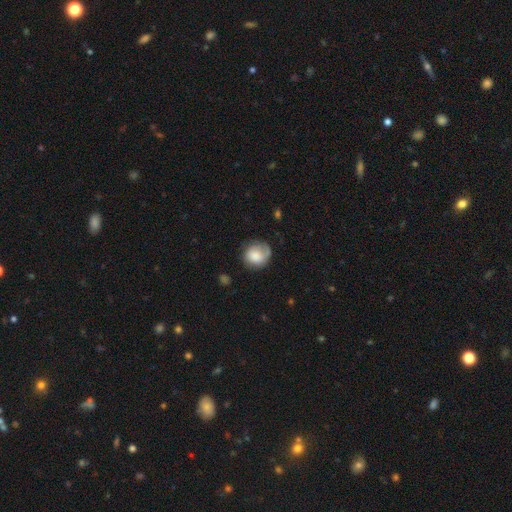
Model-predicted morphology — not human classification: This appears to be a smooth galaxy with no disk features (74%) that is round (80%). Merging: none (59%).